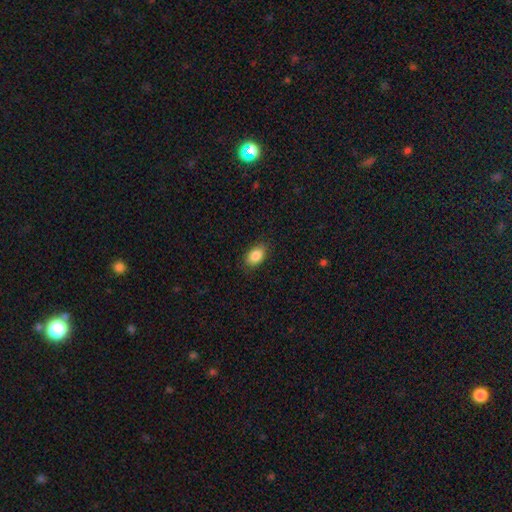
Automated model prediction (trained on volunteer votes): The model was most divided on "how rounded": in between: 86%, round: 13%, cigar-shaped: 1%. More confident: smooth or featured — smooth (87%); merging — none (85%).